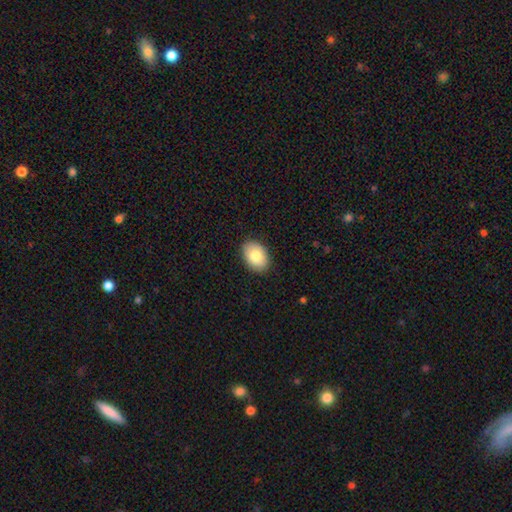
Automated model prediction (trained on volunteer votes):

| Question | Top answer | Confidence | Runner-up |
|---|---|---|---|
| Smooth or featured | smooth | 84% | featured or disk (10%) |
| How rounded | in between | 84% | round (15%) |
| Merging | none | 88% | minor disturbance (9%) |